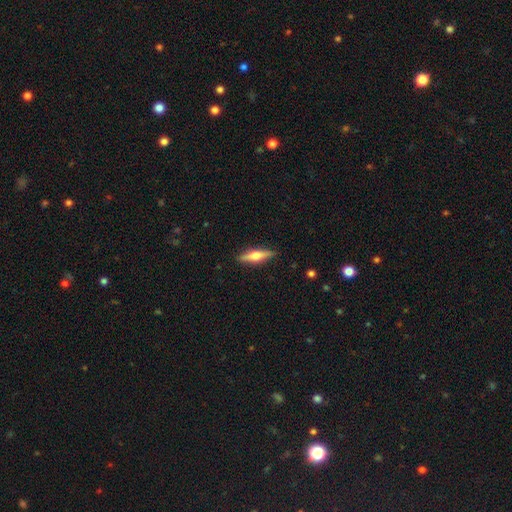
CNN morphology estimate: Q: Smooth or featured?
A: featured or disk (55%); runner-up: smooth (39%)
Q: Edge-on disk?
A: yes (95%); runner-up: no (5%)
Q: Edge-on bulge?
A: rounded (91%); runner-up: boxy (6%)
Q: Merging?
A: none (89%); runner-up: minor disturbance (8%)